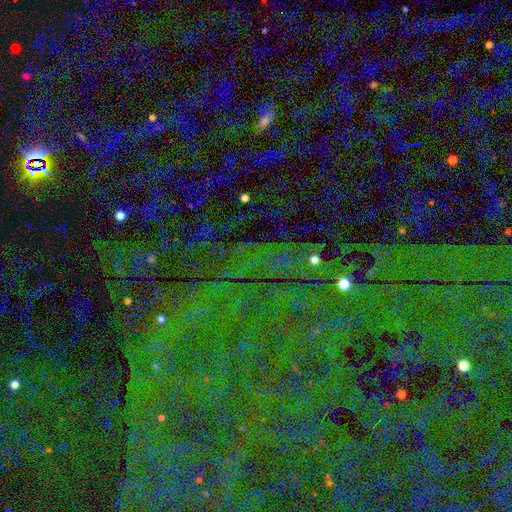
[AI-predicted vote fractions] smooth_or_featured: star or artifact (p=0.80) [alt: smooth p=0.12]